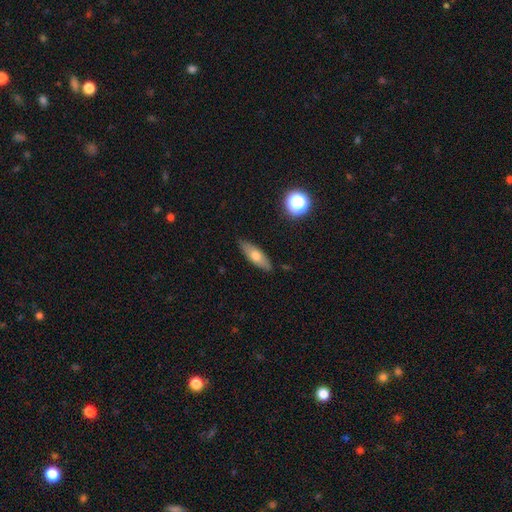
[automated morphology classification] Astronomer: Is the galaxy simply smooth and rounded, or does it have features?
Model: smooth — 62%.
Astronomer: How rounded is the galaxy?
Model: in between — 55% (runner-up: cigar-shaped, 42%).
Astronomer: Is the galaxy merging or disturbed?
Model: none — 84%.